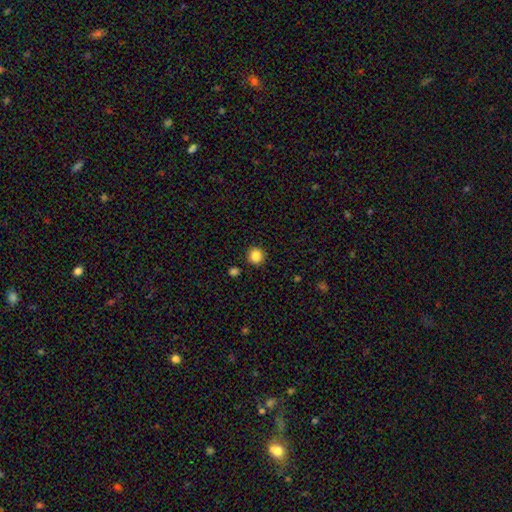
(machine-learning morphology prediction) Smooth or featured? smooth (86%)
How rounded? round (94%)
Merging? none (89%)